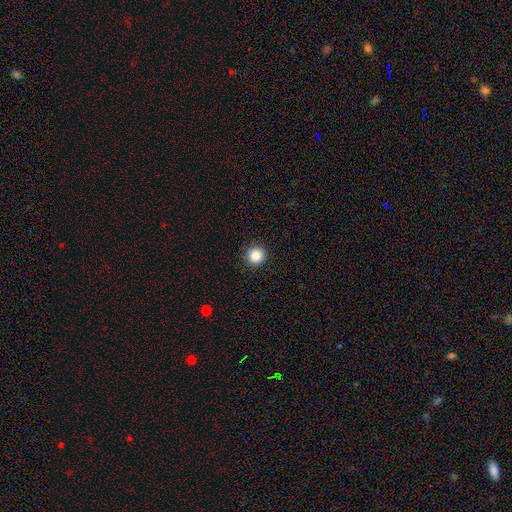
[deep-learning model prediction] Morphology: type=smooth (87%); roundness=round (95%); merging=none (92%).